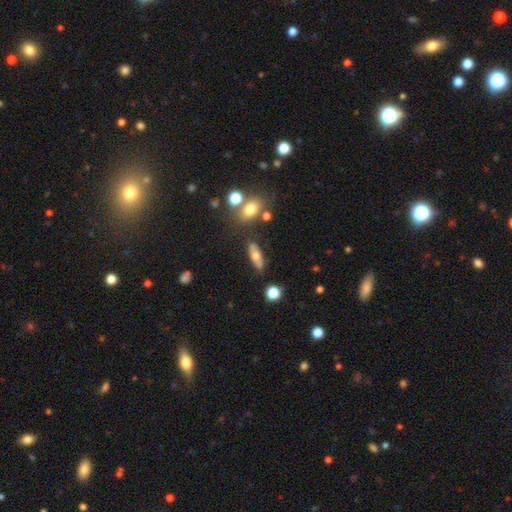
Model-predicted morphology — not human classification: Smooth or featured? Predicted: smooth (p=0.60). How rounded? Predicted: in between (p=0.61). Merging? Predicted: none (p=0.75).